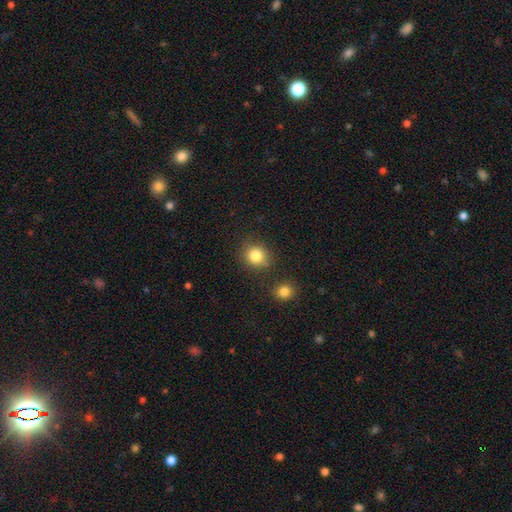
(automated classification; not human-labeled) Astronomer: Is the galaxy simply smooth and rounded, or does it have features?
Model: smooth — 84%.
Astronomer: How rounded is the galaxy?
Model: round — 83%.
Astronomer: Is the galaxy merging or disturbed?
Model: none — 78%.